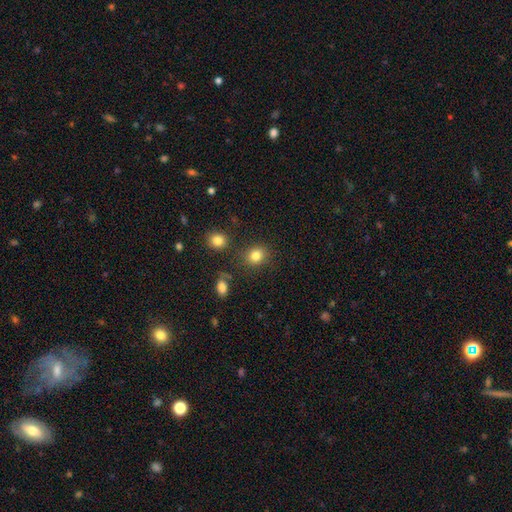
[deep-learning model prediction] The model was most divided on "how rounded": round: 66%, in between: 33%, cigar-shaped: 1%. More confident: smooth or featured — smooth (83%); merging — none (81%).